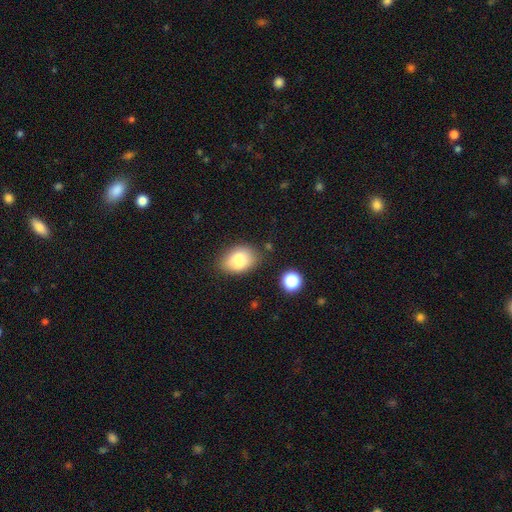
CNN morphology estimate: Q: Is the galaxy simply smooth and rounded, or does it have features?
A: smooth — 79%.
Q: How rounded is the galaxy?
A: in between — 81%.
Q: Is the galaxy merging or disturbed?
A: none — 77%.